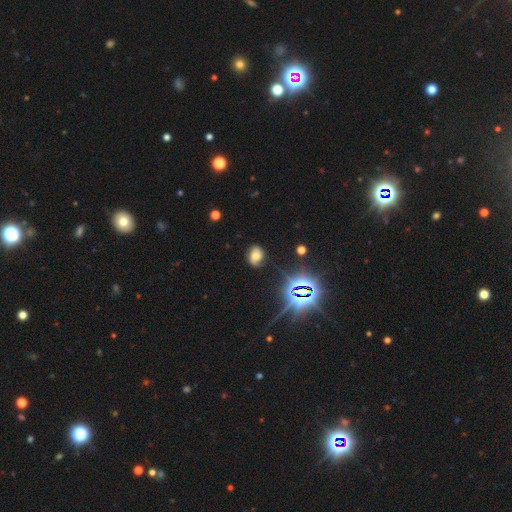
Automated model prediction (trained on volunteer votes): Smooth or featured? smooth (50%)
Merging? none (75%)